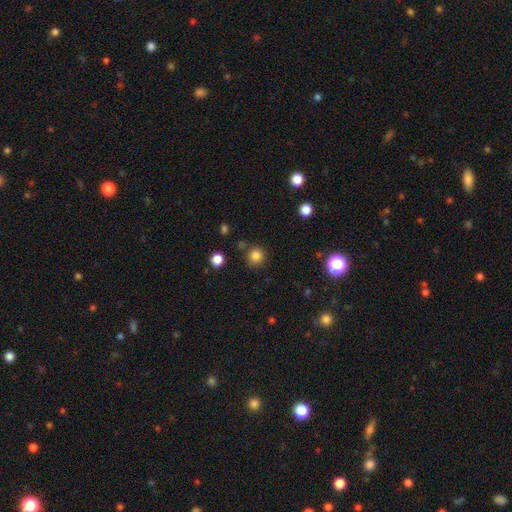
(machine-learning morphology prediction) Overall: smooth (83%). How rounded: round (91%). Merging: none (84%).